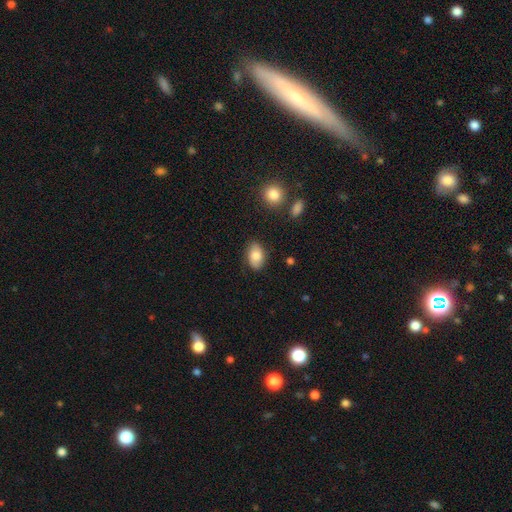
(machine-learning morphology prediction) This is clearly a smooth galaxy (80%). How rounded: clearly in between (89%). Merging: clearly none (80%).